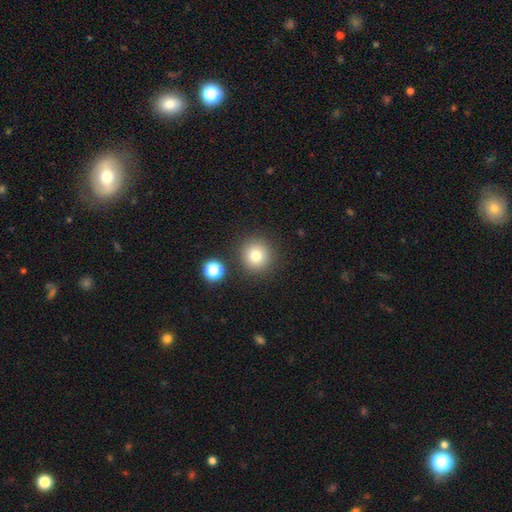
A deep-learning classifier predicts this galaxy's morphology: Smooth or featured? Predicted: smooth (p=0.78). How rounded? Predicted: round (p=0.95). Merging? Predicted: none (p=0.86).